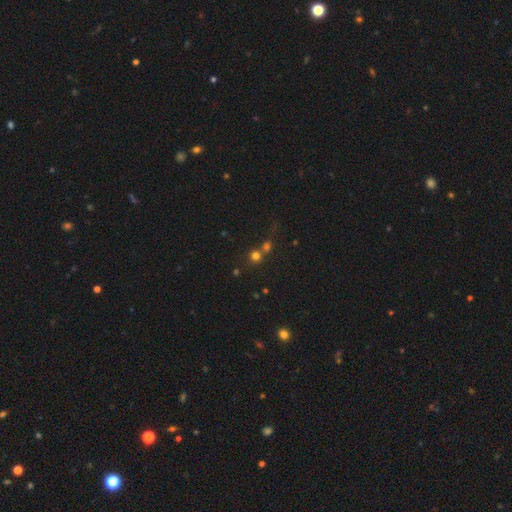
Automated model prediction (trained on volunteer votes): Overall: smooth (67%). How rounded: round (90%). Merging: none (54%; merger 37%).